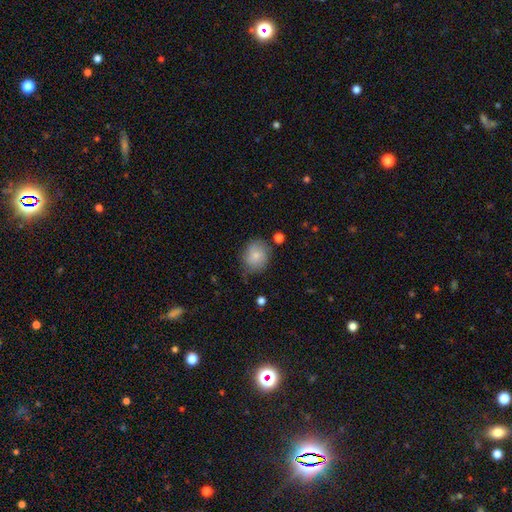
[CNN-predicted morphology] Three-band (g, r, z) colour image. It shows a smooth galaxy with no disk features (78%) that is round (69%). Merging: none (71%).